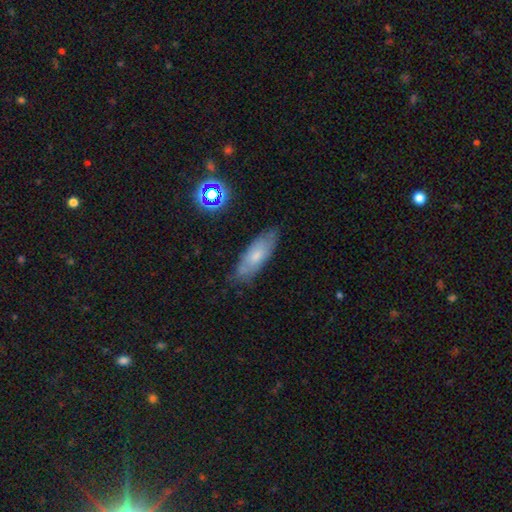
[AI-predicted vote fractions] Q: Smooth or featured?
A: smooth (60%); runner-up: featured or disk (31%)
Q: How rounded?
A: in between (64%); runner-up: cigar-shaped (34%)
Q: Merging?
A: none (71%); runner-up: minor disturbance (22%)